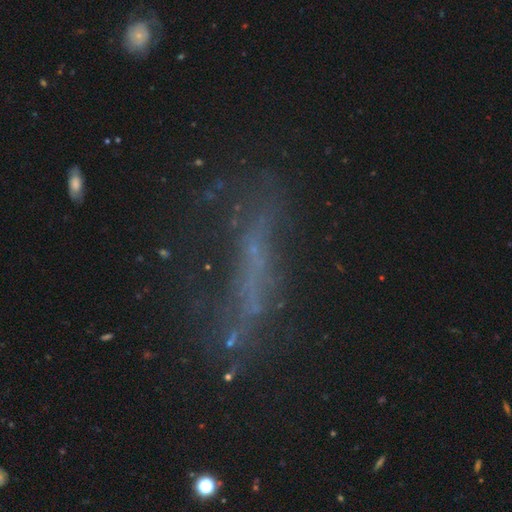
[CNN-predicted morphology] Q: Smooth or featured?
A: featured or disk (45%); runner-up: smooth (28%)
Q: Merging?
A: none (51%); runner-up: major disturbance (23%)